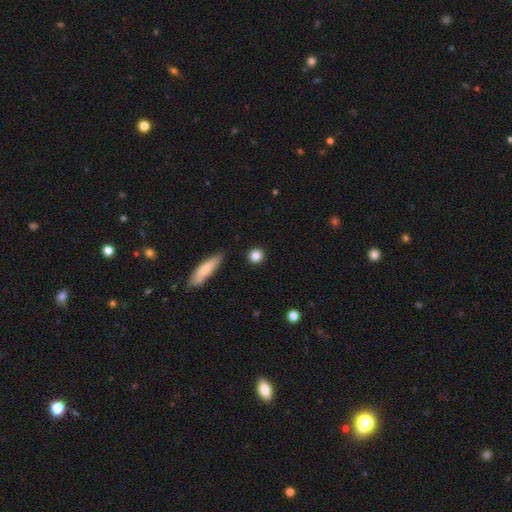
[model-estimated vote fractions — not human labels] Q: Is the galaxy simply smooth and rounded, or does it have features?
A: smooth — 85%.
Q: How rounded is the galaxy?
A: round — 88%.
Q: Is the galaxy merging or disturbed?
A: none — 89%.